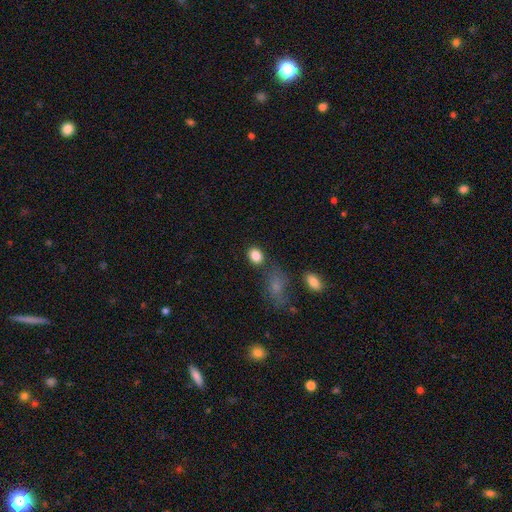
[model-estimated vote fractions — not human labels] smooth_or_featured: smooth (p=0.86) [alt: star or artifact p=0.09]
how_rounded: in between (p=0.60) [alt: round p=0.39]
merging: none (p=0.74) [alt: minor disturbance p=0.13]